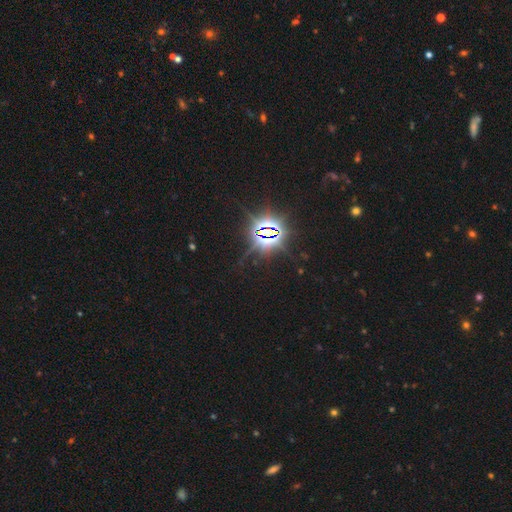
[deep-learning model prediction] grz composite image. It shows a star or artifact, not a galaxy (86%).